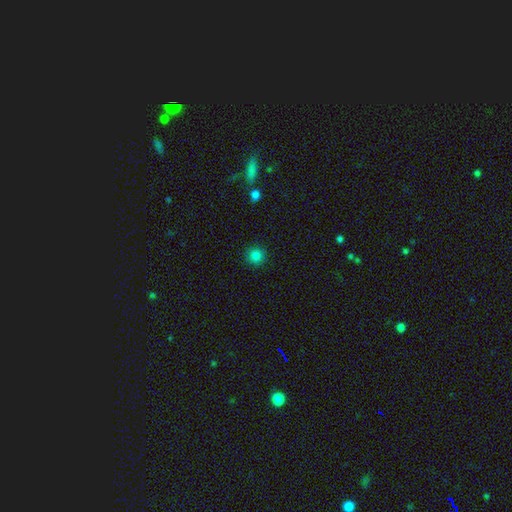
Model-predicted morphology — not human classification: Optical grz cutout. It shows a smooth galaxy with no disk features (84%) that is round (95%). Merging: none (92%).